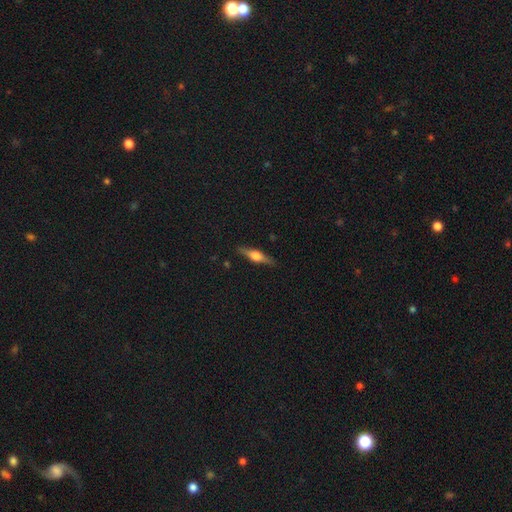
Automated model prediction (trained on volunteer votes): smooth_or_featured: featured or disk (p=0.69) [alt: smooth p=0.25]
disk_edge_on: yes (p=0.97) [alt: no p=0.03]
edge_on_bulge: rounded (p=0.92) [alt: boxy p=0.06]
merging: none (p=0.89) [alt: minor disturbance p=0.08]